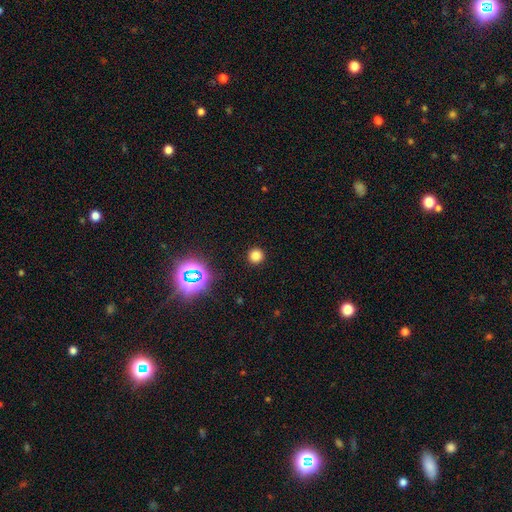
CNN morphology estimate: This is likely a smooth galaxy (77%). How rounded: clearly round (95%). Merging: clearly none (92%).